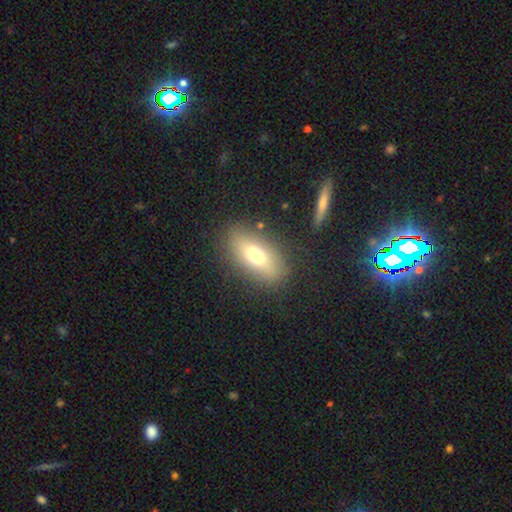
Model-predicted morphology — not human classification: smooth_or_featured: smooth (p=0.66) [alt: featured or disk p=0.25]
how_rounded: in between (p=0.80) [alt: cigar-shaped p=0.14]
merging: none (p=0.83) [alt: minor disturbance p=0.11]